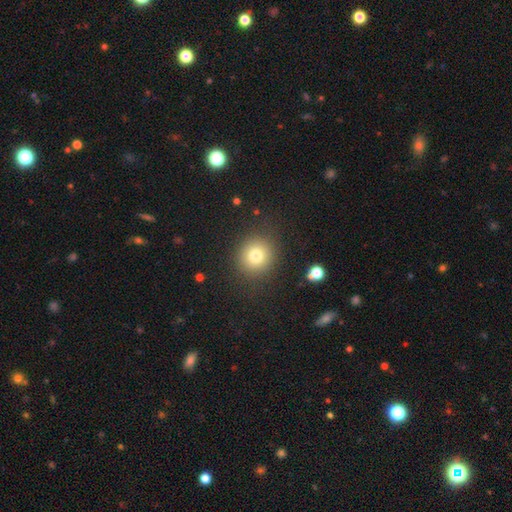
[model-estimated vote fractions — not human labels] smooth-or-featured: smooth: 78% | star or artifact: 13% | featured or disk: 9%
  how-rounded: round: 88% | in between: 11% | cigar-shaped: 1%
  merging: none: 87% | minor disturbance: 8% | major disturbance: 4% | merger: 2%